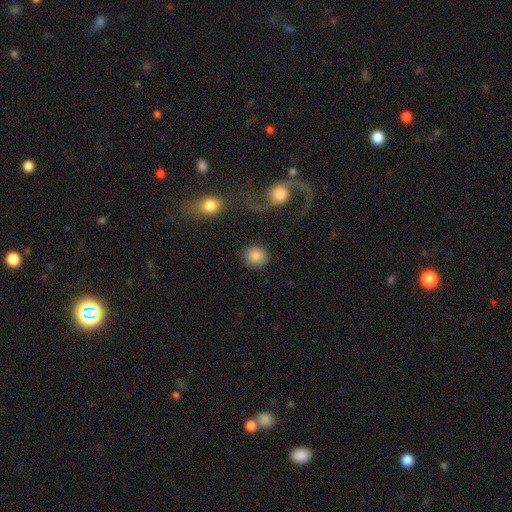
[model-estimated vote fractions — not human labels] Smooth or featured? Predicted: smooth (p=0.84). How rounded? Predicted: round (p=0.85). Merging? Predicted: none (p=0.83).